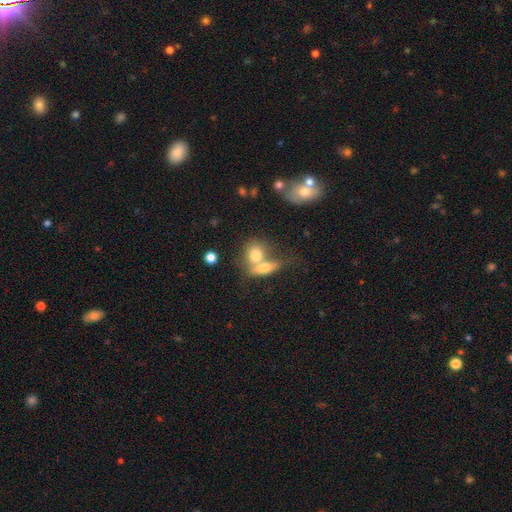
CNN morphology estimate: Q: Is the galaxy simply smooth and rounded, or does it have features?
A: smooth — 72%.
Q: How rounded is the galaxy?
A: in between — 54%.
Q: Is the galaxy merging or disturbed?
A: merger — 62%.